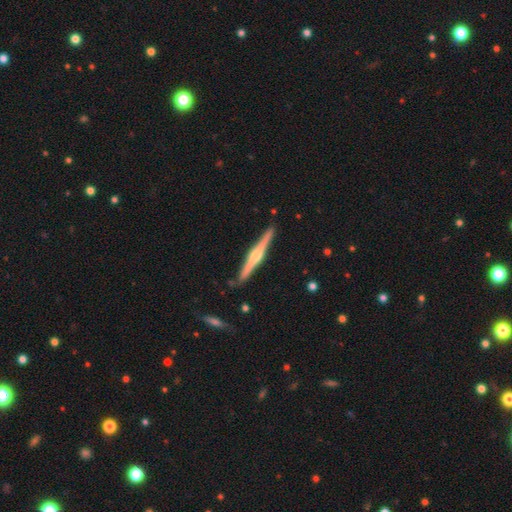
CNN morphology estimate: type=featured or disk (78%); edge-on=yes (98%); edge-on bulge=rounded (82%); merging=none (89%).